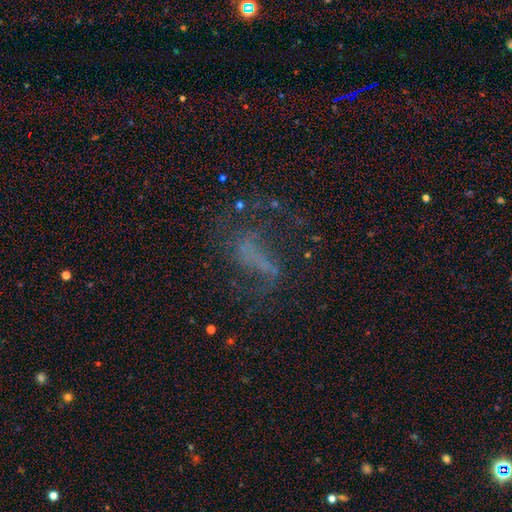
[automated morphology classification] Overall: featured or disk (49%; star or artifact 30%). Merging: none (47%; major disturbance 32%).